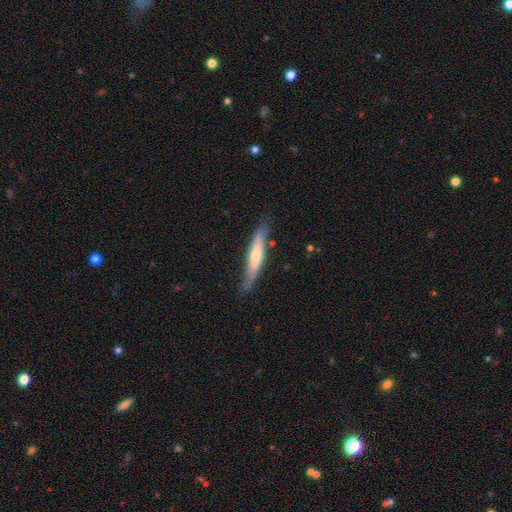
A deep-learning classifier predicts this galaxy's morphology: type=featured or disk (51%); edge-on=yes (85%); merging=none (79%).